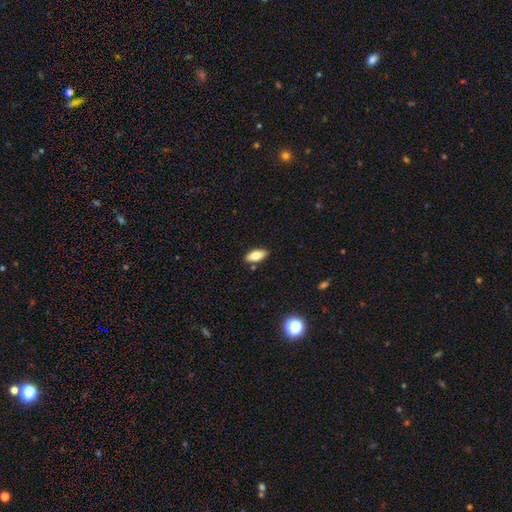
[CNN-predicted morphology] smooth-or-featured: smooth: 79% | featured or disk: 14% | star or artifact: 7%
  how-rounded: in between: 88% | cigar-shaped: 10% | round: 2%
  merging: none: 86% | minor disturbance: 9% | merger: 3% | major disturbance: 2%